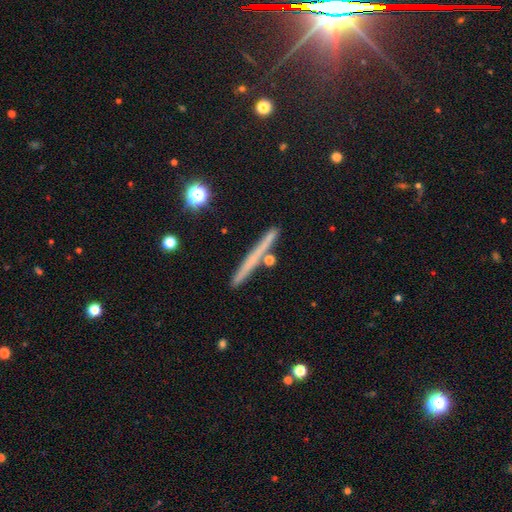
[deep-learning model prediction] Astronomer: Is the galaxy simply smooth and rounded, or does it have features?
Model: smooth — 47% (runner-up: featured or disk, 45%).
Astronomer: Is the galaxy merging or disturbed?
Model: none — 86%.